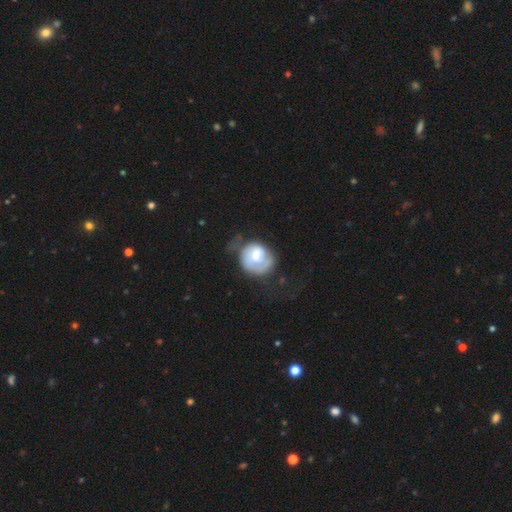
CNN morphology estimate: Smooth or featured: smooth — 47% (featured or disk — 46%)
Merging: none — 36% (minor disturbance — 32%)